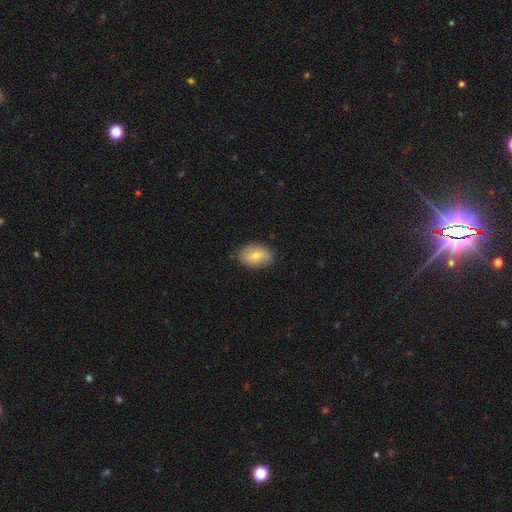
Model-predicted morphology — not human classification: smooth_or_featured: smooth (p=0.73) [alt: featured or disk p=0.19]
how_rounded: in between (p=0.84) [alt: round p=0.14]
merging: none (p=0.85) [alt: minor disturbance p=0.12]